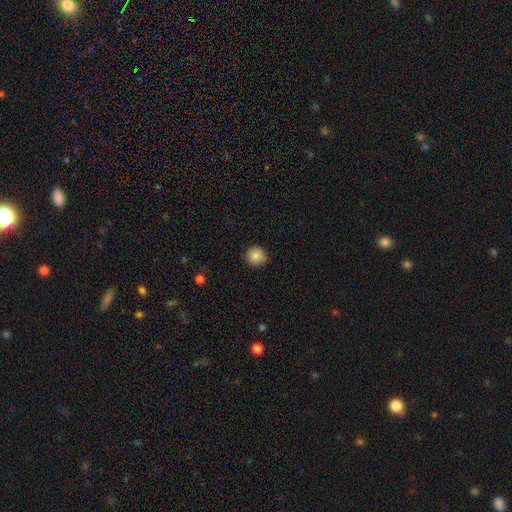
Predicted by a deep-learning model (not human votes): This is clearly a smooth galaxy (87%). How rounded: clearly round (94%). Merging: clearly none (88%).